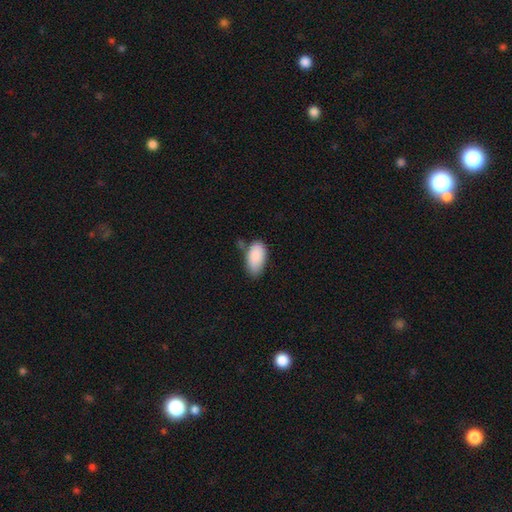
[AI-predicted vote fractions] The model was most divided on "merging": none: 58%, minor disturbance: 28%, merger: 8%, major disturbance: 6%. More confident: how rounded — in between (94%); smooth or featured — smooth (88%).